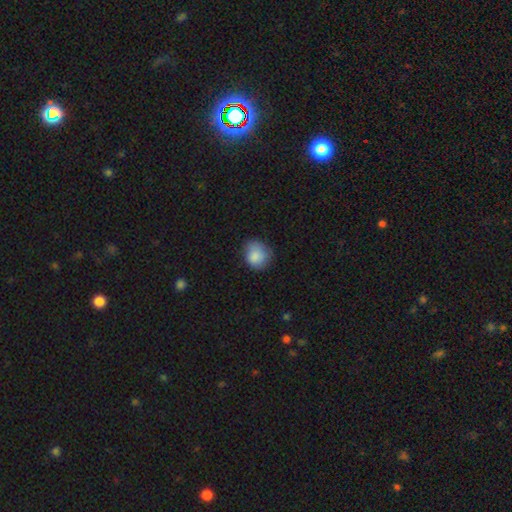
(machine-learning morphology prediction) This is clearly a smooth galaxy (86%). How rounded: likely round (71%). Merging: likely none (68%).